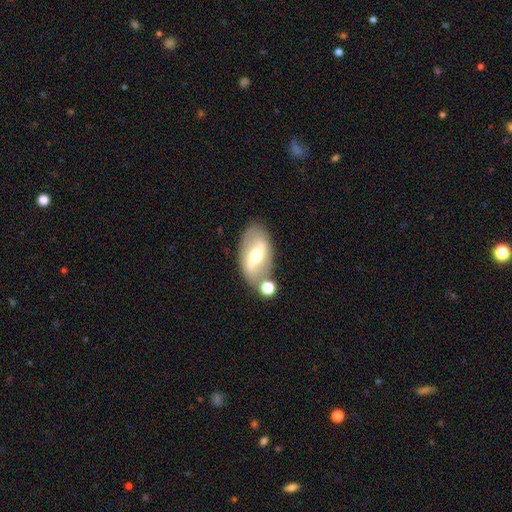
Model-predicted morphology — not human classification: featured or disk 61%, smooth 31%, star or artifact 7%. Down the decision tree: edge-on disk — no (84%); bar — strong (56%); spiral arms — no (62%); bulge size — moderate (67%); merging — none (68%).